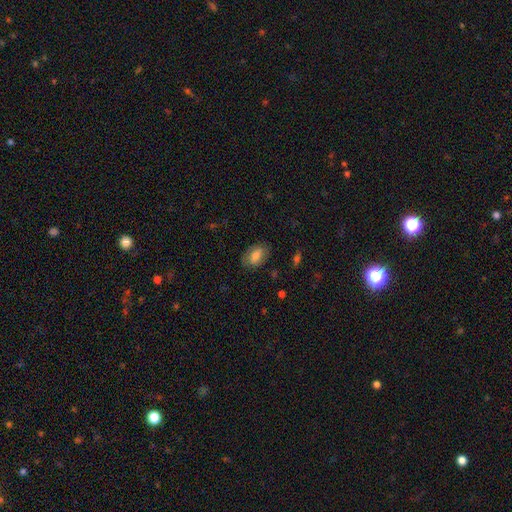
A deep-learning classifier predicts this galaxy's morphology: A smooth galaxy with no disk features (69%) that is in between round and cigar-shaped (89%). Merging: none (78%).